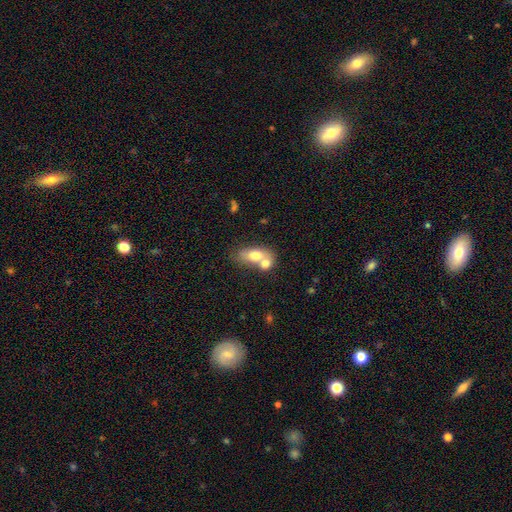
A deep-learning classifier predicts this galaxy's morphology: Smooth or featured? smooth (70%)
How rounded? in between (77%)
Merging? merger (64%)